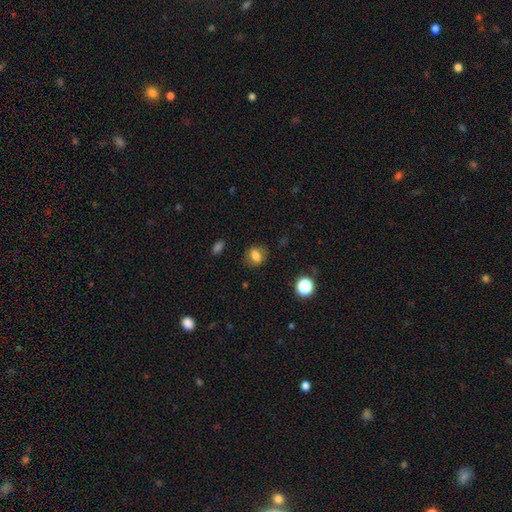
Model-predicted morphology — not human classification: smooth 75%, featured or disk 13%, star or artifact 12%. Down the decision tree: how rounded — in between (53%); merging — none (79%).